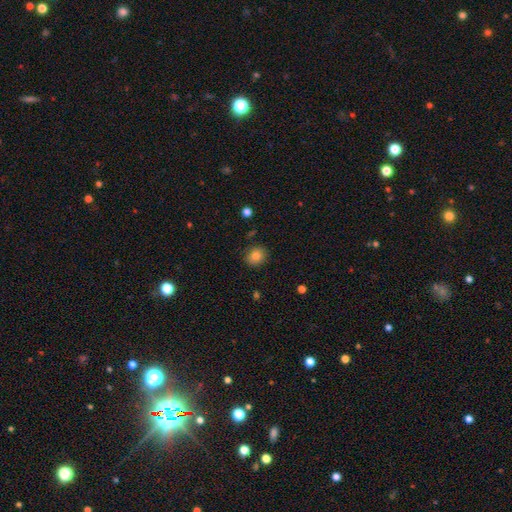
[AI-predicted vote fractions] Q: Smooth or featured?
A: smooth (83%); runner-up: star or artifact (10%)
Q: How rounded?
A: round (74%); runner-up: in between (25%)
Q: Merging?
A: none (86%); runner-up: minor disturbance (10%)